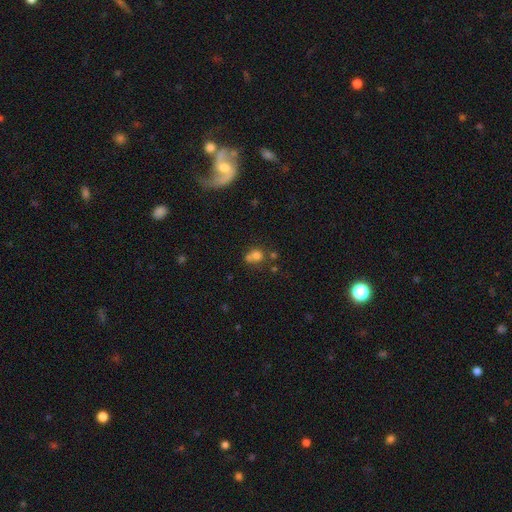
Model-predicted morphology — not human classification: This appears to be a smooth galaxy with no disk features (72%) that is round (70%). Merging: merger (43%).